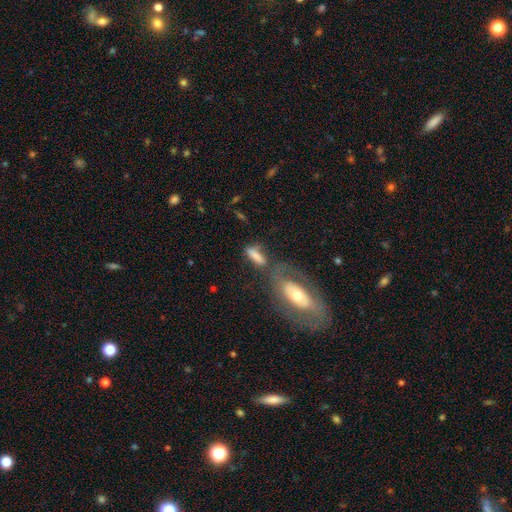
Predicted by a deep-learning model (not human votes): Morphology: type=smooth (72%); roundness=in between (51%); merging=none (43%).